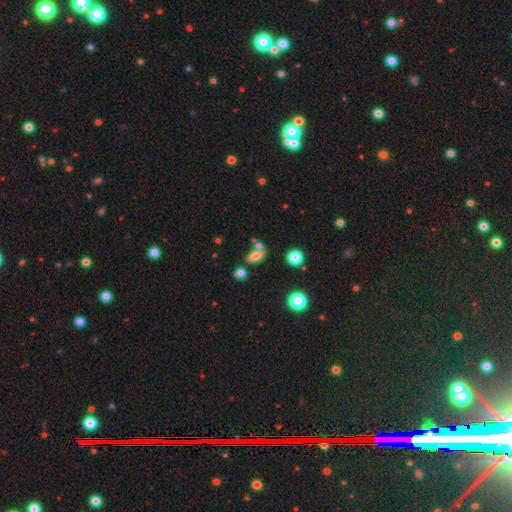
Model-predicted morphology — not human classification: Smooth or featured? Predicted: smooth (p=0.73). How rounded? Predicted: in between (p=0.82). Merging? Predicted: none (p=0.53).